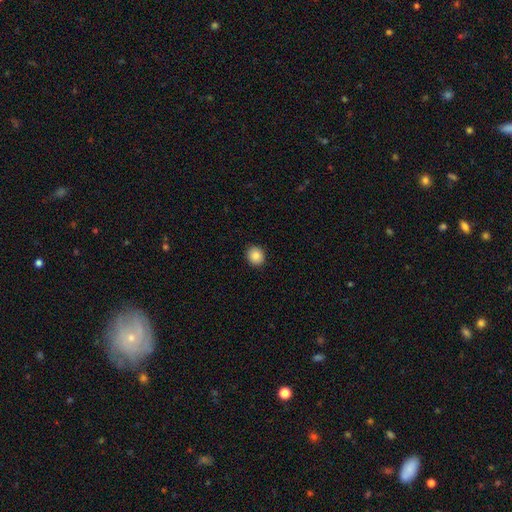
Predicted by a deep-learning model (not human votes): Smooth or featured: smooth — 87% (star or artifact — 9%)
How rounded: round — 83% (in between — 16%)
Merging: none — 92% (minor disturbance — 6%)